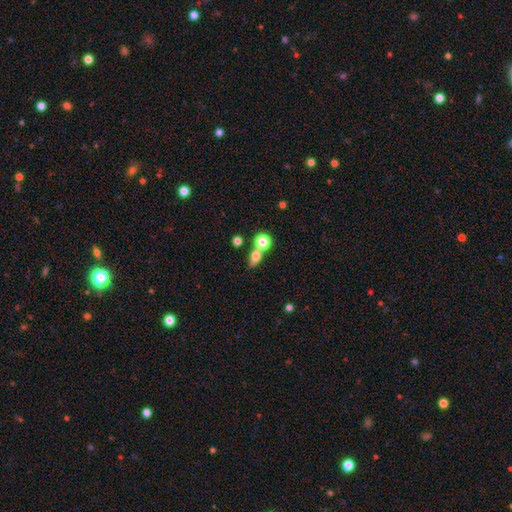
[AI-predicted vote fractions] smooth-or-featured: smooth: 66% | featured or disk: 19% | star or artifact: 15%
  how-rounded: in between: 46% | round: 44% | cigar-shaped: 10%
  merging: none: 42% | merger: 40% | minor disturbance: 11% | major disturbance: 7%